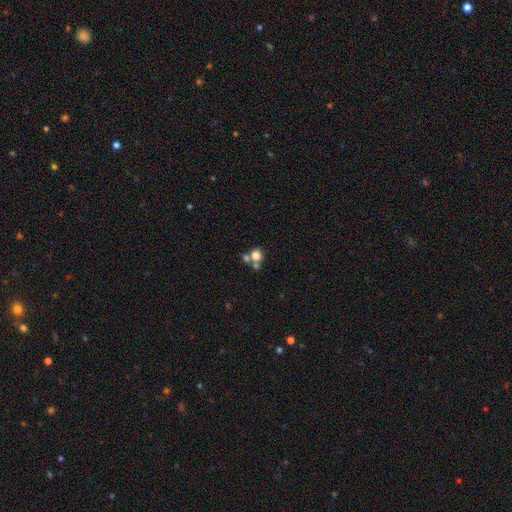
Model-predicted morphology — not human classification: A smooth galaxy with no disk features (75%) that is round (81%).

Vote fractions:
- Smooth or featured? smooth: 75% / star or artifact: 13% / featured or disk: 12%
- How rounded? round: 81% / in between: 18% / cigar-shaped: 1%
- Merging? none: 45% / merger: 42% / minor disturbance: 8% / major disturbance: 5%